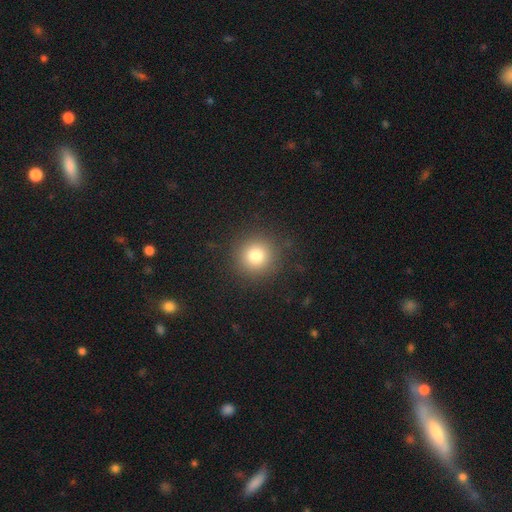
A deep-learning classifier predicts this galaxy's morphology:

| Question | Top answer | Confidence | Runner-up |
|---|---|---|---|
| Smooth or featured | smooth | 79% | star or artifact (13%) |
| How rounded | round | 95% | in between (4%) |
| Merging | none | 90% | minor disturbance (6%) |